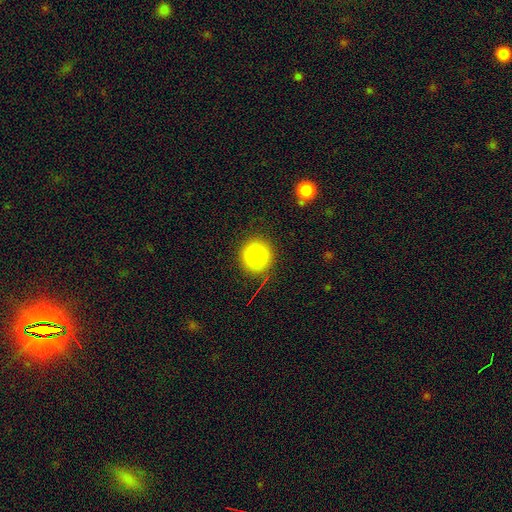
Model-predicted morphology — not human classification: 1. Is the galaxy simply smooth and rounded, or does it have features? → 82% smooth, 10% star or artifact, 9% featured or disk.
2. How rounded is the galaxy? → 89% round, 10% in between, 1% cigar-shaped.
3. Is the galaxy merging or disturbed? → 77% none, 14% minor disturbance, 5% major disturbance, 3% merger.